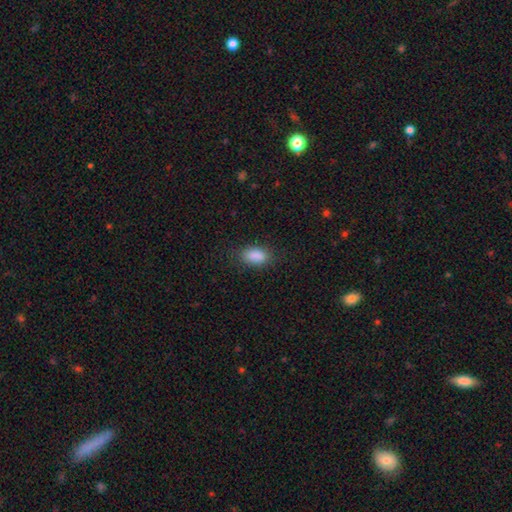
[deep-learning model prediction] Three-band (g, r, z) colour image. It shows a smooth galaxy with no disk features (88%) that is in between round and cigar-shaped (89%). Merging: none (82%).